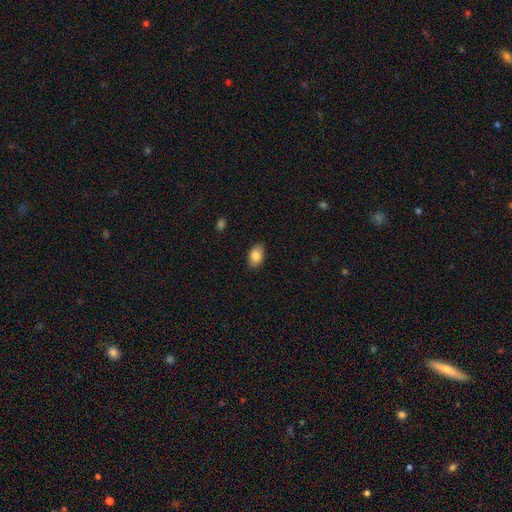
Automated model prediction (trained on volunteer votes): Q: Smooth or featured?
A: smooth (86%); runner-up: star or artifact (7%)
Q: How rounded?
A: in between (90%); runner-up: round (9%)
Q: Merging?
A: none (87%); runner-up: minor disturbance (10%)